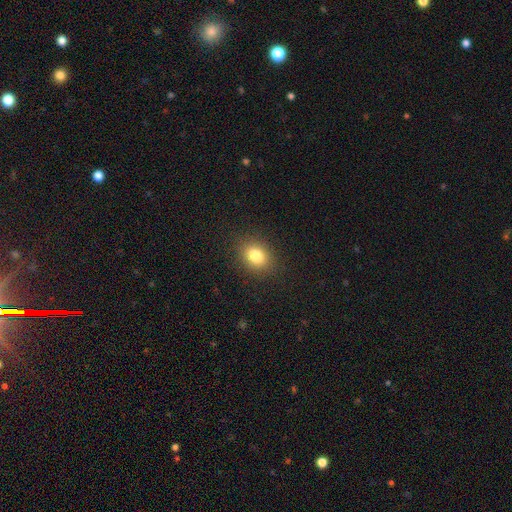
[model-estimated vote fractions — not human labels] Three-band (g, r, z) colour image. It shows a smooth galaxy with no disk features (82%) that is in between round and cigar-shaped (52%). Merging: none (88%).